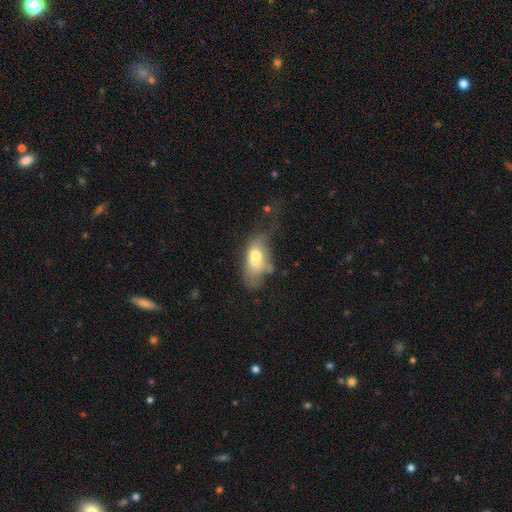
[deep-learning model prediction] This is possibly a smooth galaxy (57%). How rounded: clearly in between (81%). Merging: possibly merger (51%).